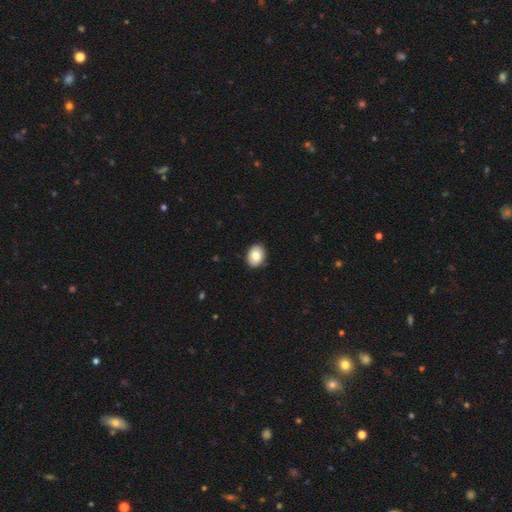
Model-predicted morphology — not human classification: Smooth or featured? smooth (85%)
How rounded? in between (66%)
Merging? none (89%)